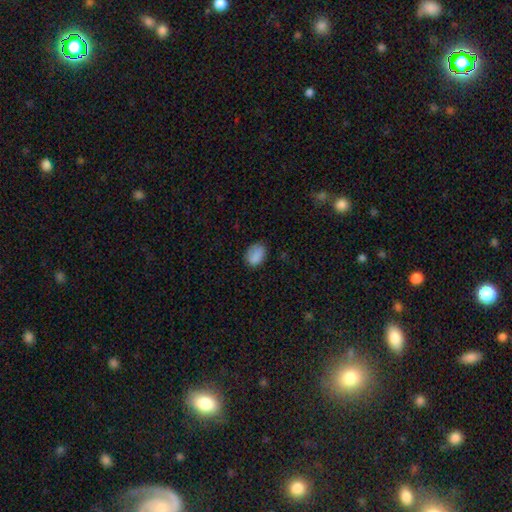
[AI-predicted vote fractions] This appears to be a smooth galaxy with no disk features (86%) that is in between round and cigar-shaped (74%). Merging: none (72%).